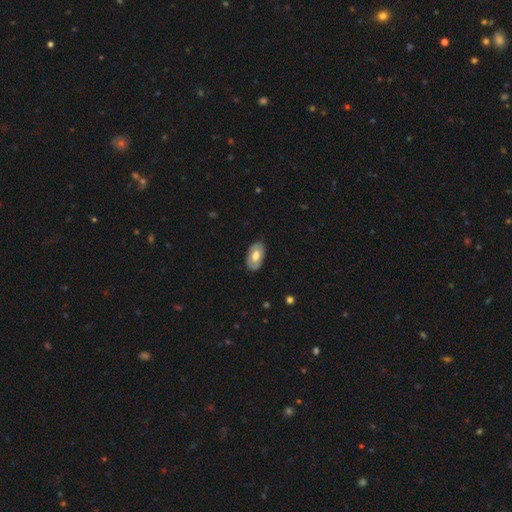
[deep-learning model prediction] This is likely a smooth galaxy (61%). How rounded: clearly in between (94%). Merging: clearly none (84%).